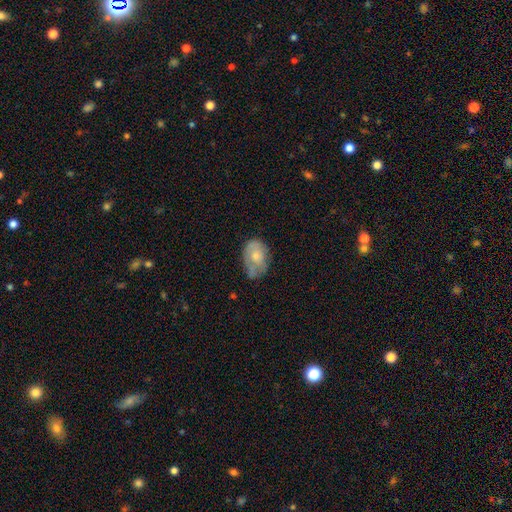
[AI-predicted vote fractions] Morphology: type=smooth (61%); roundness=in between (82%); merging=none (44%).